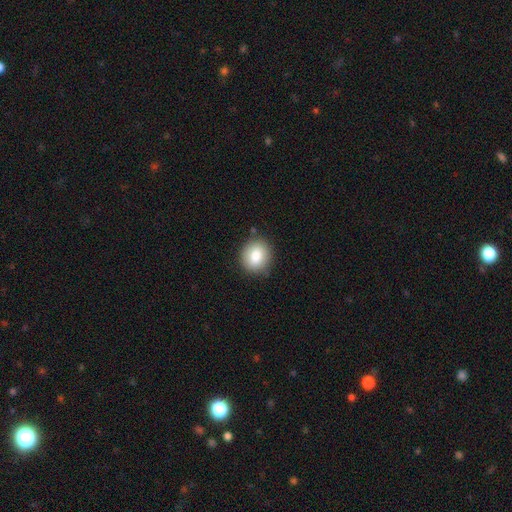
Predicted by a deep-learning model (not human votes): Morphology: type=smooth (81%); roundness=round (74%); merging=none (85%).